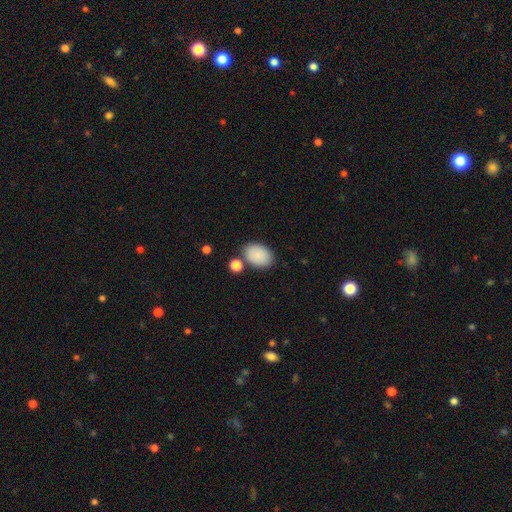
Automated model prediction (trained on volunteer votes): Smooth or featured?
  - smooth: 88% *
  - star or artifact: 7%
  - featured or disk: 5%
How rounded?
  - in between: 86% *
  - round: 13%
  - cigar-shaped: 1%
Merging?
  - none: 77% *
  - minor disturbance: 12%
  - merger: 7%
  - major disturbance: 3%